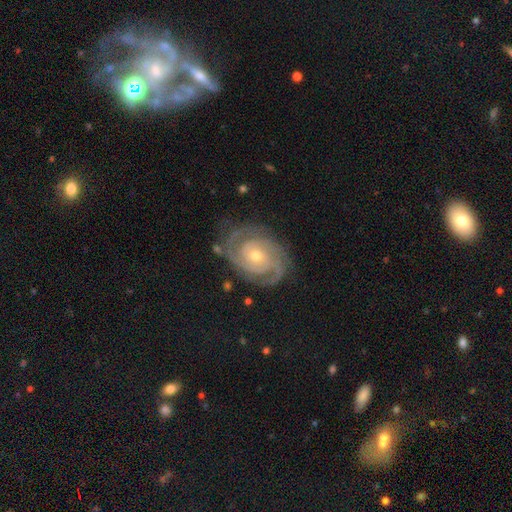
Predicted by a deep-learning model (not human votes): Smooth or featured?
  - featured or disk: 91% *
  - smooth: 5%
  - star or artifact: 5%
Edge-on disk?
  - no: 97% *
  - yes: 3%
Bar?
  - no: 73% *
  - weak: 21%
  - strong: 6%
Spiral arms?
  - yes: 98% *
  - no: 2%
Spiral winding?
  - tight: 71% *
  - medium: 25%
  - loose: 4%
Spiral arm count?
  - 2: 37% *
  - 3: 31%
  - can't tell: 13%
  - 4: 8%
  - more than 4: 5%
  - 1: 5%
Bulge size?
  - small: 55% *
  - moderate: 42%
  - large: 1%
  - none: 1%
  - dominant: 1%
Merging?
  - none: 77% *
  - minor disturbance: 16%
  - major disturbance: 5%
  - merger: 2%